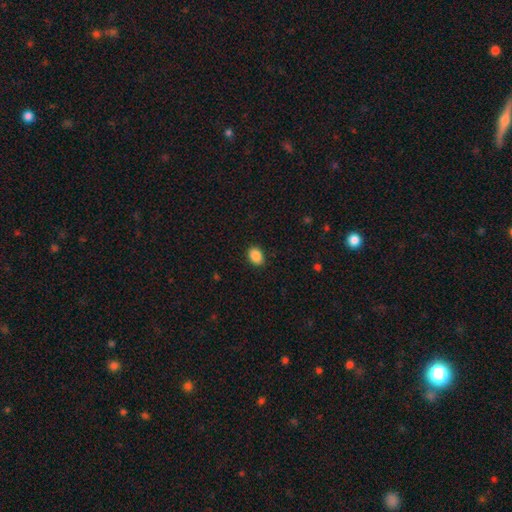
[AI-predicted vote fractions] Q: Smooth or featured?
A: smooth (89%); runner-up: star or artifact (8%)
Q: How rounded?
A: in between (76%); runner-up: round (23%)
Q: Merging?
A: none (89%); runner-up: minor disturbance (8%)